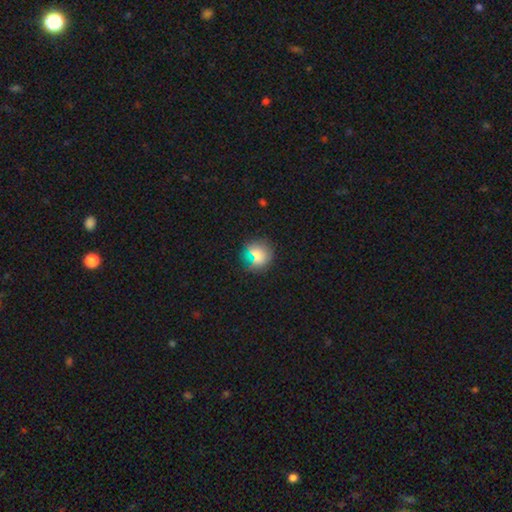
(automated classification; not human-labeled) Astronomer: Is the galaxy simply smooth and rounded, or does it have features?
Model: smooth — 76%.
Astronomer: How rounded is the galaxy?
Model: round — 90%.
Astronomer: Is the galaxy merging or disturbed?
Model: none — 83%.